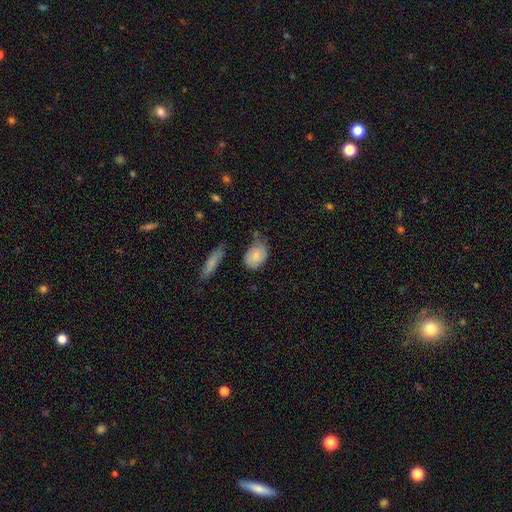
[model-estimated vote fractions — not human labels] Smooth or featured: smooth — 80% (featured or disk — 13%)
How rounded: in between — 75% (round — 23%)
Merging: none — 51% (minor disturbance — 34%)